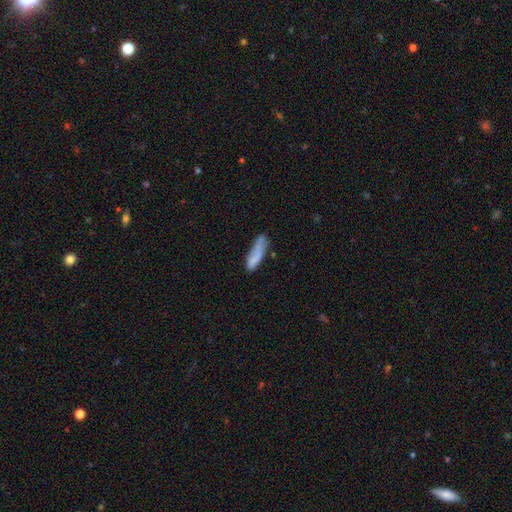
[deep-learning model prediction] The model was most divided on "merging": none: 48%, minor disturbance: 30%, major disturbance: 13%, merger: 9%. More confident: smooth or featured — smooth (73%); how rounded — cigar-shaped (61%).